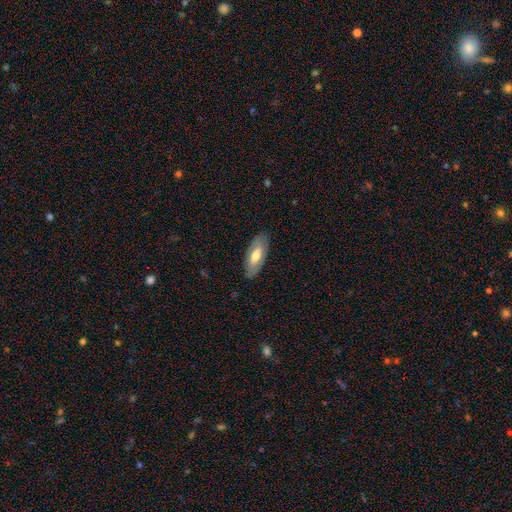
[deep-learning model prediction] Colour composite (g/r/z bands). It shows a smooth galaxy with no disk features (53%) that is in between round and cigar-shaped (83%). Merging: none (84%).